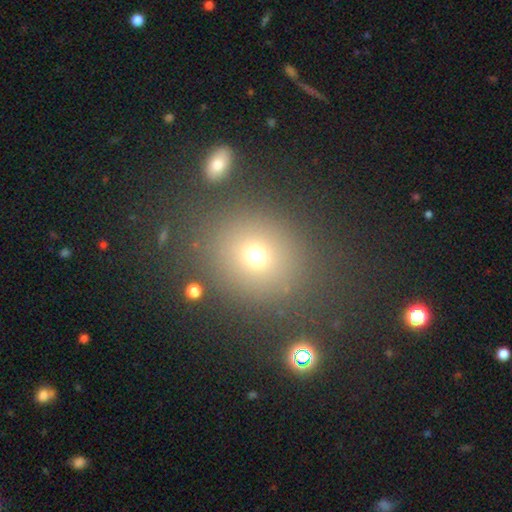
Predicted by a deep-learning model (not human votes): Smooth or featured?
  - smooth: 69% *
  - star or artifact: 20%
  - featured or disk: 11%
How rounded?
  - round: 73% *
  - in between: 26%
  - cigar-shaped: 1%
Merging?
  - none: 83% *
  - minor disturbance: 9%
  - major disturbance: 4%
  - merger: 4%